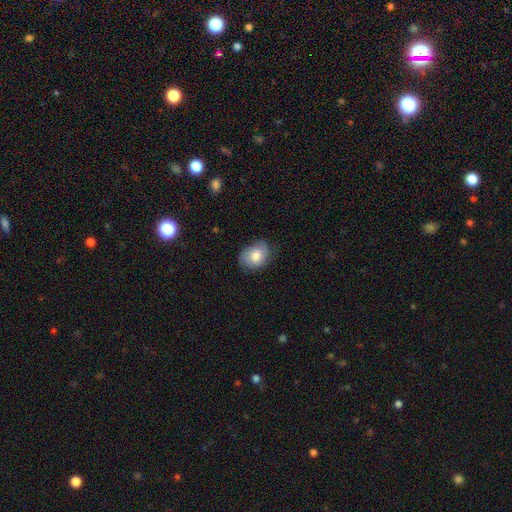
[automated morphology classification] This appears to be a smooth galaxy with no disk features (77%) that is in between round and cigar-shaped (70%). Merging: none (69%).